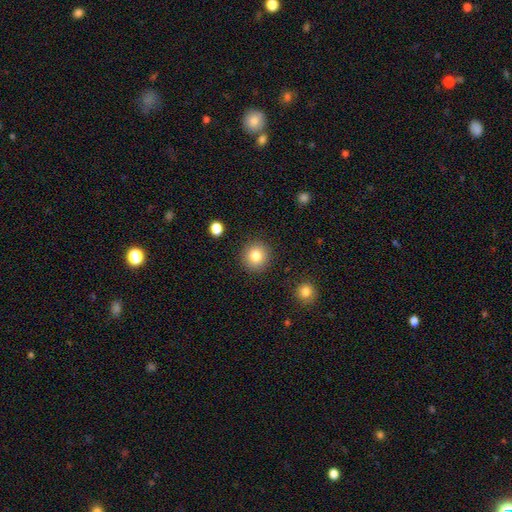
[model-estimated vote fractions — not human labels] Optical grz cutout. It shows a smooth galaxy with no disk features (82%) that is round (93%). Merging: none (90%).